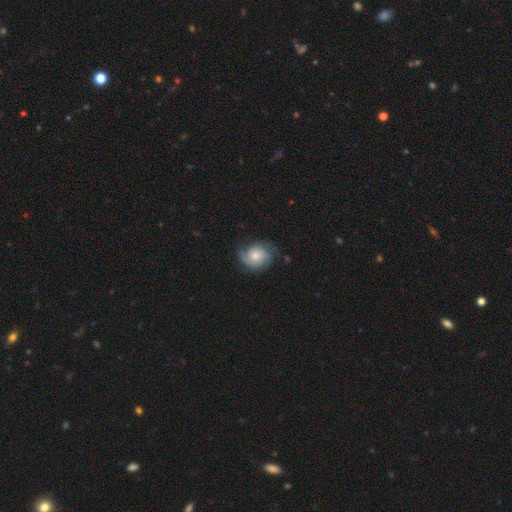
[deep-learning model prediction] featured or disk 64%, smooth 29%, star or artifact 7%. Down the decision tree: edge-on disk — no (97%); bar — no (75%); spiral arms — yes (92%); spiral arm count — 2 (50%); spiral winding — tight (48%); bulge size — moderate (56%); merging — none (64%).